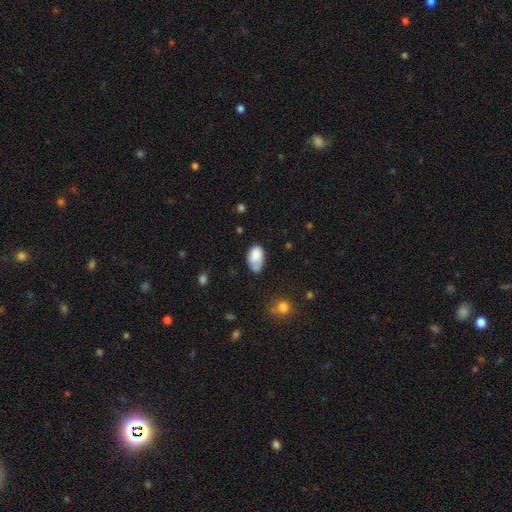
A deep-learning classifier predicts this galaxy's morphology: Smooth or featured? Predicted: smooth (p=0.82). How rounded? Predicted: in between (p=0.92). Merging? Predicted: none (p=0.45).